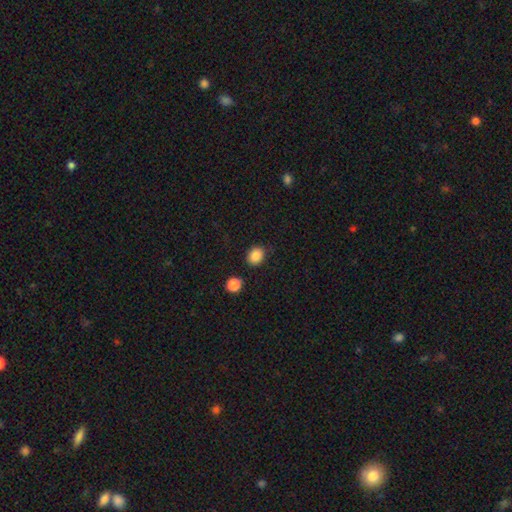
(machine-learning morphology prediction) This appears to be a smooth galaxy with no disk features (87%) that is round (55%). Merging: none (83%).